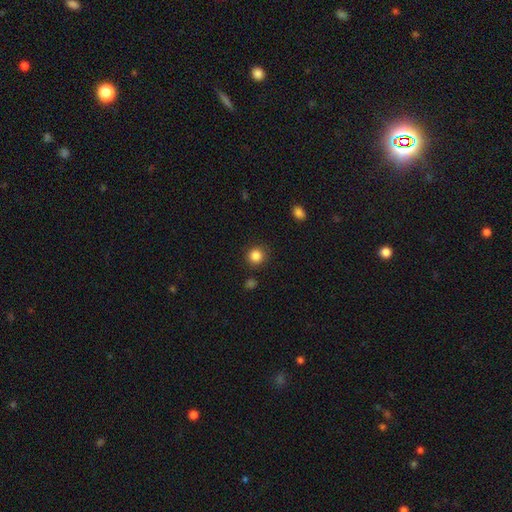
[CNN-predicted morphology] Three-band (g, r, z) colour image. It shows a smooth galaxy with no disk features (85%) that is round (92%). Merging: none (89%).